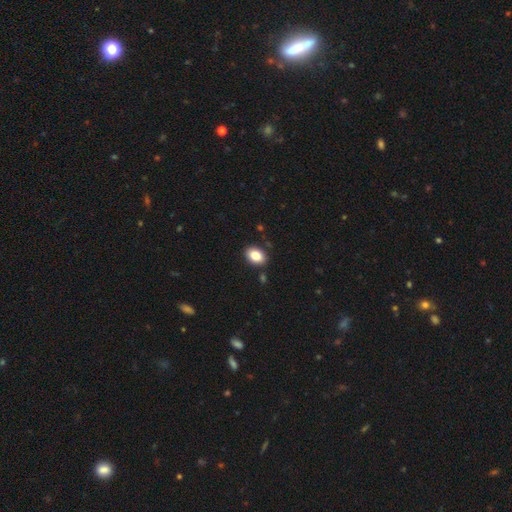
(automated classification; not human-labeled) The model was most divided on "how rounded": in between: 81%, round: 18%, cigar-shaped: 1%. More confident: merging — none (87%); smooth or featured — smooth (85%).